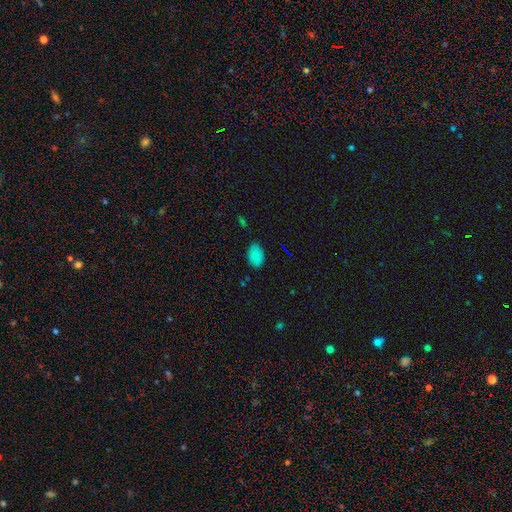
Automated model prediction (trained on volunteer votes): smooth 83%, star or artifact 12%, featured or disk 5%. Down the decision tree: how rounded — in between (89%); merging — none (81%).